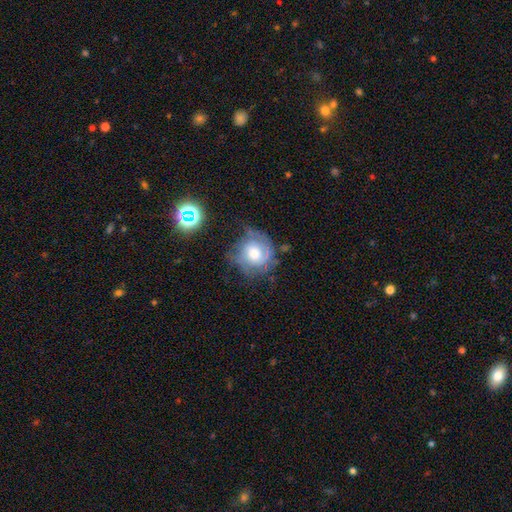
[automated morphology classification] A featured or disk galaxy (57%) with no bar (77%), spiral arms (79%) and a moderate central bulge (55%).

Vote fractions:
- Smooth or featured? featured or disk: 57% / smooth: 33% / star or artifact: 9%
- Edge-on disk? no: 97% / yes: 3%
- Bar? no: 77% / weak: 19% / strong: 3%
- Spiral arms? yes: 79% / no: 21%
- Bulge size? moderate: 55% / large: 30% / small: 10% / dominant: 3% / none: 2%
- Merging? none: 56% / minor disturbance: 26% / major disturbance: 15% / merger: 3%